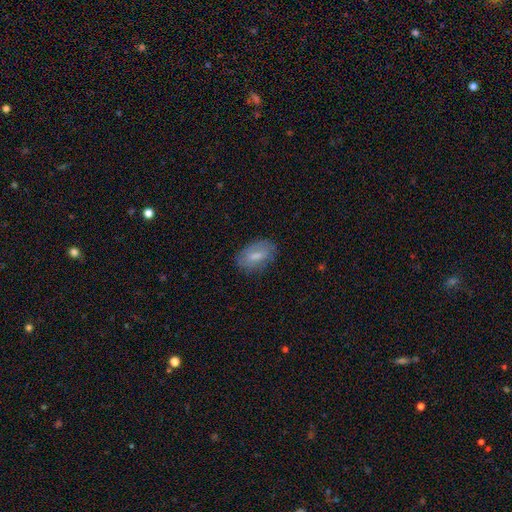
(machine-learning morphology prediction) smooth 66%, featured or disk 27%, star or artifact 7%. Down the decision tree: how rounded — in between (90%); merging — none (77%).